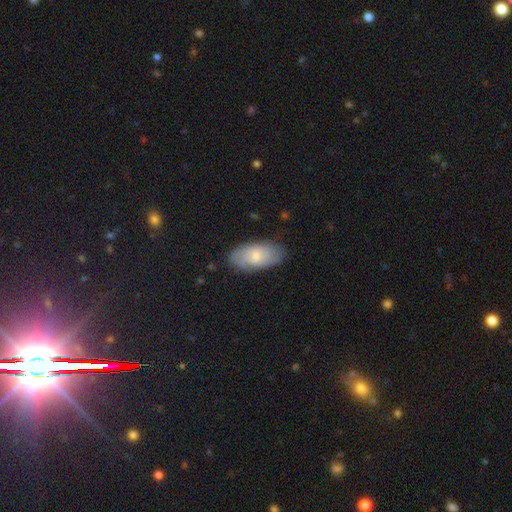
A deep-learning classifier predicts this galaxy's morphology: smooth 61%, featured or disk 33%, star or artifact 6%. Down the decision tree: how rounded — in between (92%); merging — none (78%).